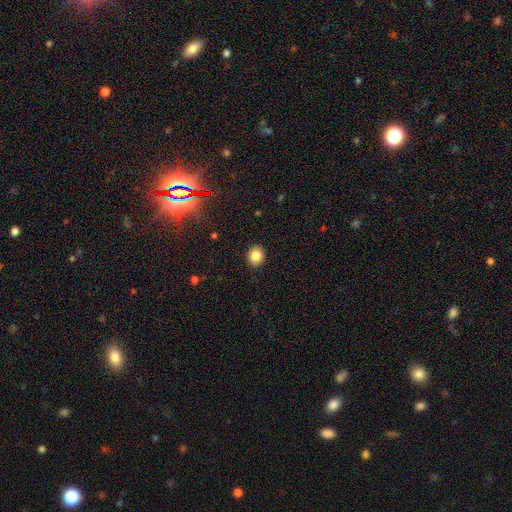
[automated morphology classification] A smooth galaxy with no disk features (83%) that is round (57%). Merging: none (91%).